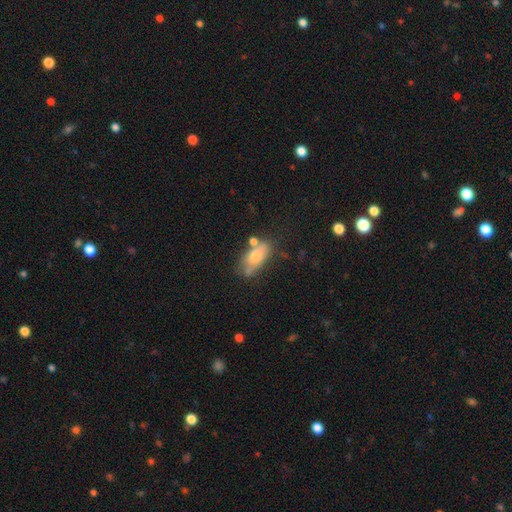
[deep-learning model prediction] Overall: smooth (67%). How rounded: in between (84%). Merging: none (50%; minor disturbance 23%).